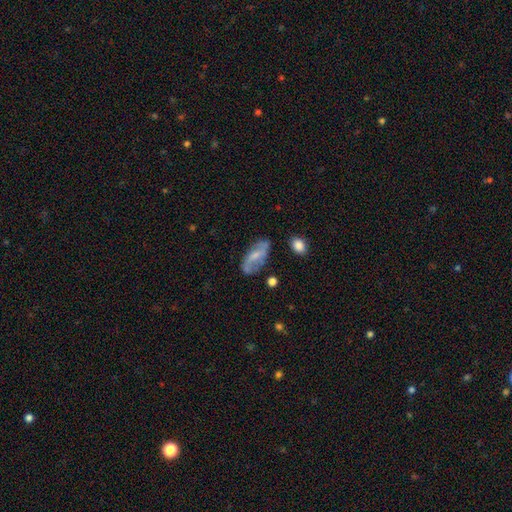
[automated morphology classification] Overall: featured or disk (59%; smooth 34%). Edge-on disk: no (92%). Bar: weak (44%; no 35%). Spiral arms: yes (82%). Bulge size: small (52%; moderate 30%). Merging: none (68%).